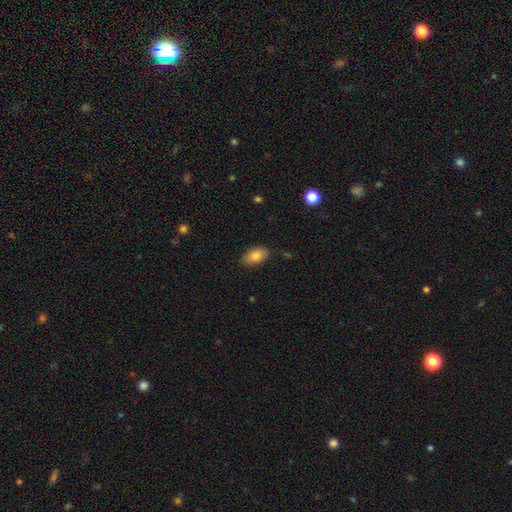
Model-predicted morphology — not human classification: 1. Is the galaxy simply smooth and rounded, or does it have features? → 85% smooth, 8% featured or disk, 7% star or artifact.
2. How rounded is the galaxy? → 92% in between, 6% round, 2% cigar-shaped.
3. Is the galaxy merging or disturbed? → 85% none, 12% minor disturbance, 2% major disturbance, 1% merger.